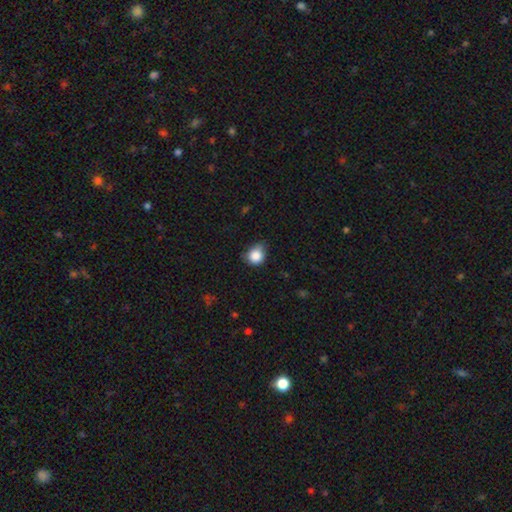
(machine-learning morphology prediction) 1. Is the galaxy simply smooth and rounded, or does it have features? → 84% smooth, 10% star or artifact, 6% featured or disk.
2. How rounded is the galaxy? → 70% round, 29% in between, 1% cigar-shaped.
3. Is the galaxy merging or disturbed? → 53% none, 38% minor disturbance, 7% major disturbance, 2% merger.